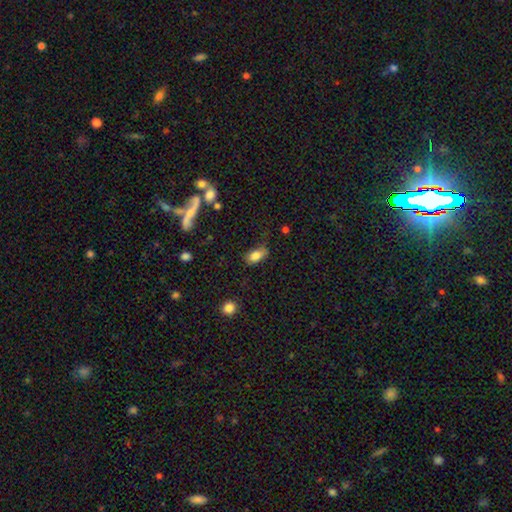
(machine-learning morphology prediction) This is clearly a smooth galaxy (82%). How rounded: clearly in between (88%). Merging: likely none (63%).